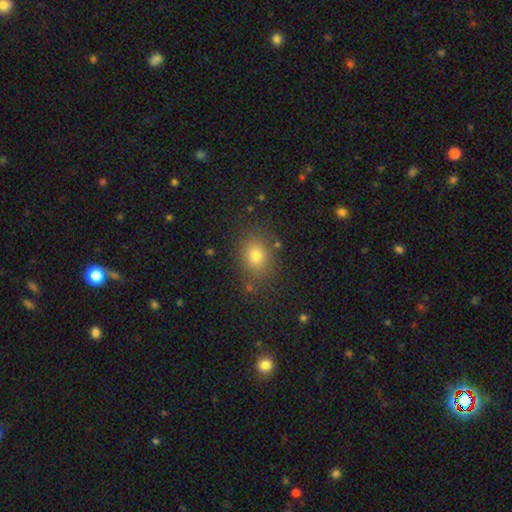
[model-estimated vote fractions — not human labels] A smooth galaxy with no disk features (77%) that is in between round and cigar-shaped (58%).

Vote fractions:
- Smooth or featured? smooth: 77% / star or artifact: 14% / featured or disk: 9%
- How rounded? in between: 58% / round: 41% / cigar-shaped: 1%
- Merging? none: 80% / minor disturbance: 12% / major disturbance: 4% / merger: 3%